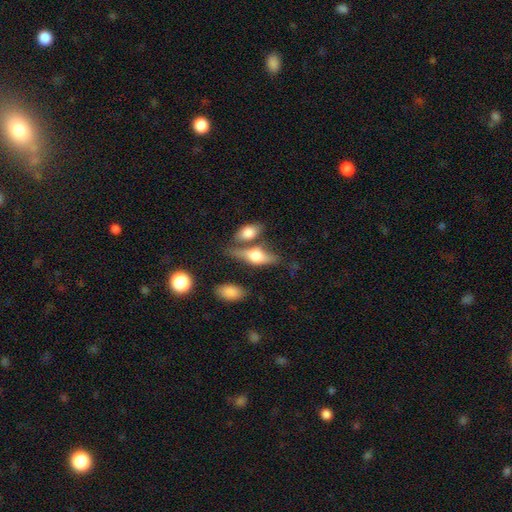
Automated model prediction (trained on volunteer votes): Smooth or featured? featured or disk (47%)
Merging? none (57%)